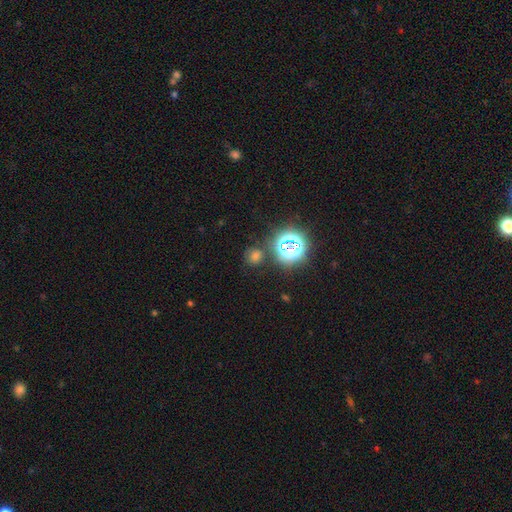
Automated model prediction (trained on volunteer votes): Smooth or featured?
  - smooth: 53% *
  - star or artifact: 40%
  - featured or disk: 6%
How rounded?
  - round: 88% *
  - in between: 11%
  - cigar-shaped: 1%
Merging?
  - none: 82% *
  - minor disturbance: 9%
  - merger: 6%
  - major disturbance: 4%